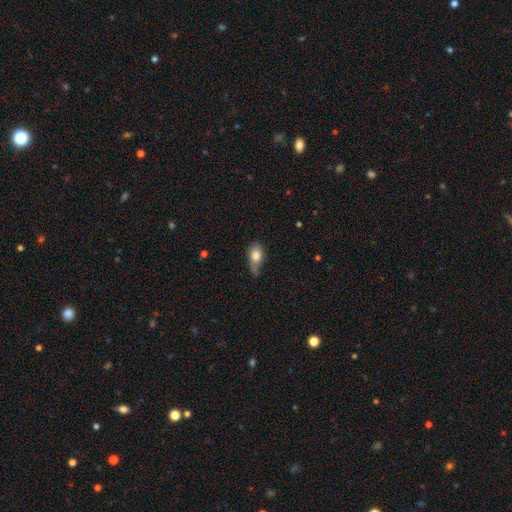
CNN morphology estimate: Smooth or featured? Predicted: smooth (p=0.78). How rounded? Predicted: in between (p=0.82). Merging? Predicted: minor disturbance (p=0.41).